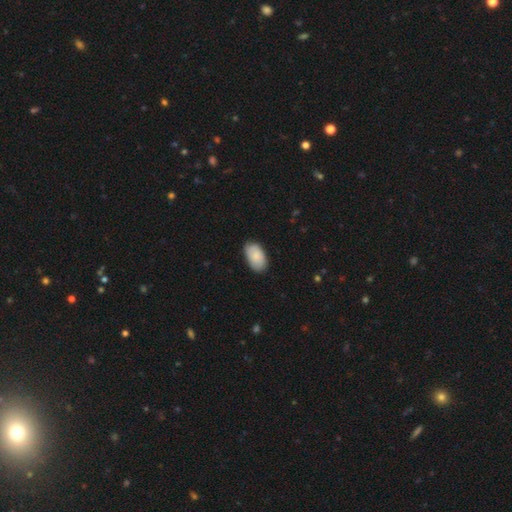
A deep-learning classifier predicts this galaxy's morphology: type=smooth (86%); roundness=in between (95%); merging=none (81%).